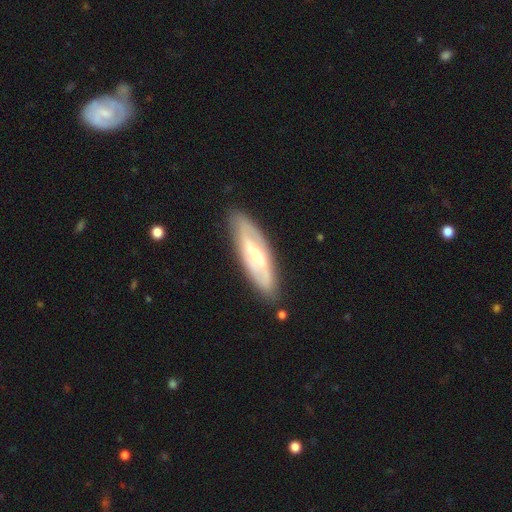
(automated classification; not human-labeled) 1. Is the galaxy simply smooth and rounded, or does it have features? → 68% featured or disk, 26% smooth, 5% star or artifact.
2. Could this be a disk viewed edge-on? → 78% no, 22% yes.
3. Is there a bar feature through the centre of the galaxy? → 44% weak, 31% strong, 25% no.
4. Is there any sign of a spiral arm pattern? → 76% yes, 24% no.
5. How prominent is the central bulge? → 48% moderate, 43% small, 5% large, 2% none, 1% dominant.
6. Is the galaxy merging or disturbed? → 83% none, 12% minor disturbance, 3% major disturbance, 2% merger.